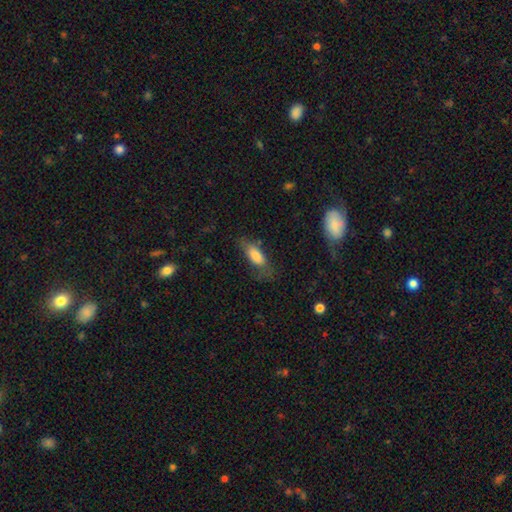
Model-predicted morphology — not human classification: The model was most divided on "merging": none: 59%, minor disturbance: 26%, major disturbance: 13%, merger: 3%. More confident: smooth or featured — smooth (75%); how rounded — in between (73%).